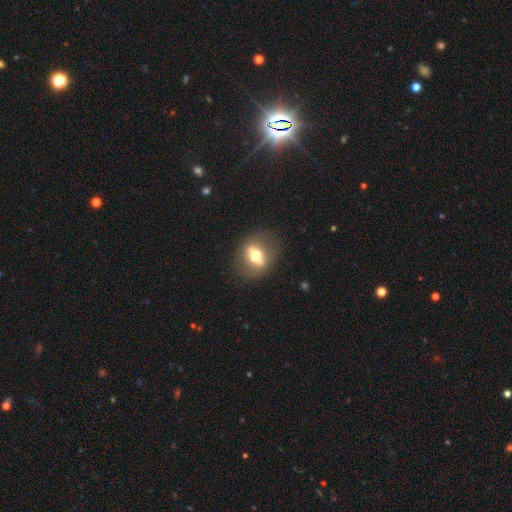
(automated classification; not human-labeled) smooth_or_featured: featured or disk (p=0.52) [alt: smooth p=0.39]
disk_edge_on: no (p=0.58) [alt: yes p=0.42]
merging: none (p=0.82) [alt: minor disturbance p=0.11]